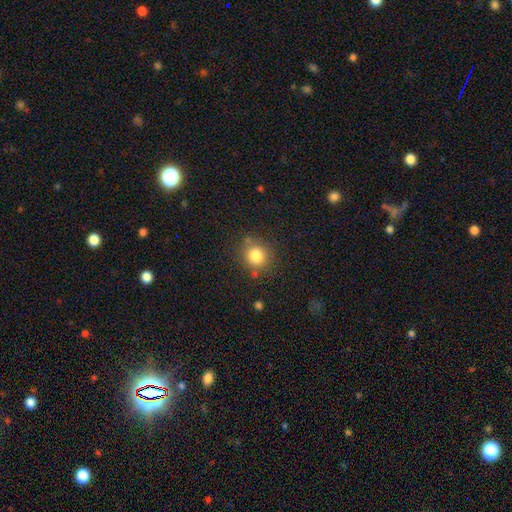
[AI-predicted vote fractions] Overall: smooth (82%). How rounded: round (86%). Merging: none (78%).